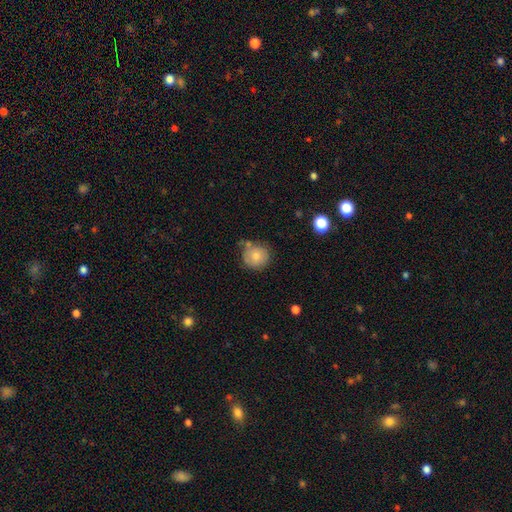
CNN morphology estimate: A smooth galaxy with no disk features (76%) that is round (87%). Merging: none (60%).